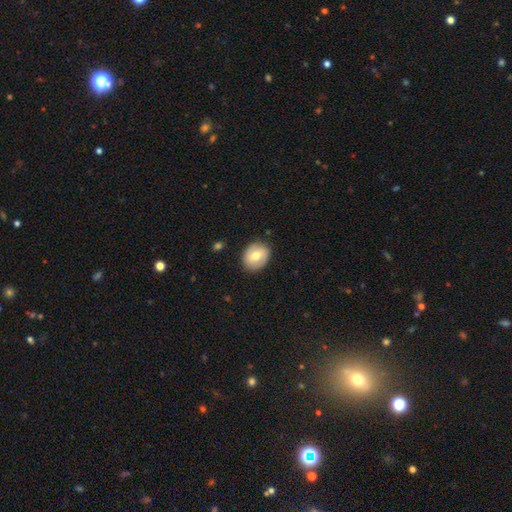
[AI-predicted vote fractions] Smooth or featured? Predicted: smooth (p=0.64). How rounded? Predicted: round (p=0.61). Merging? Predicted: none (p=0.85).